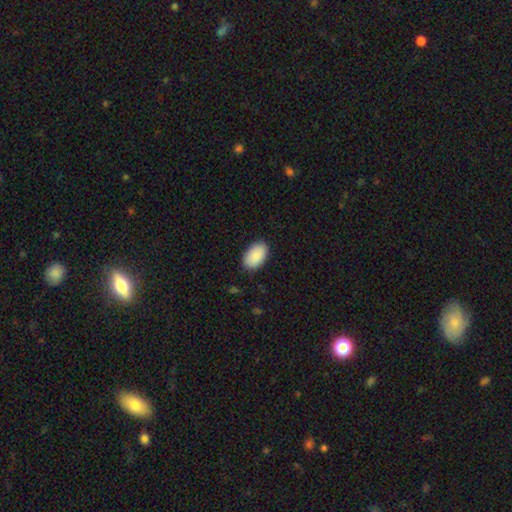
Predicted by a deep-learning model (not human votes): Smooth or featured? smooth (90%)
How rounded? in between (94%)
Merging? none (87%)